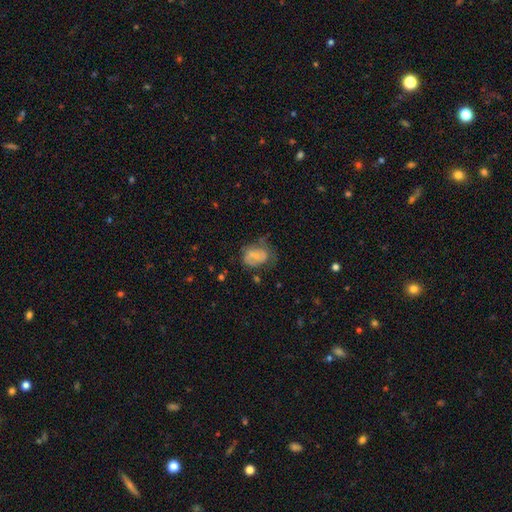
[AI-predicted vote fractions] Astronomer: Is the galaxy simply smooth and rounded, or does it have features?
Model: smooth — 52% (runner-up: featured or disk, 39%).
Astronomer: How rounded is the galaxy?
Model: in between — 68%.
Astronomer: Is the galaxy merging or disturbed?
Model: none — 39% (runner-up: minor disturbance, 31%).